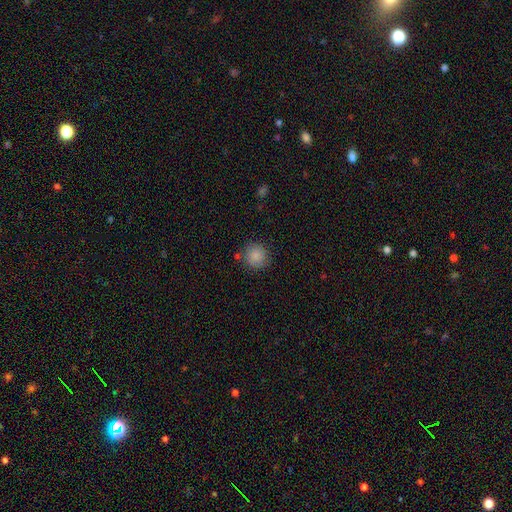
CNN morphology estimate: smooth 86%, star or artifact 8%, featured or disk 5%. Down the decision tree: how rounded — round (91%); merging — none (81%).